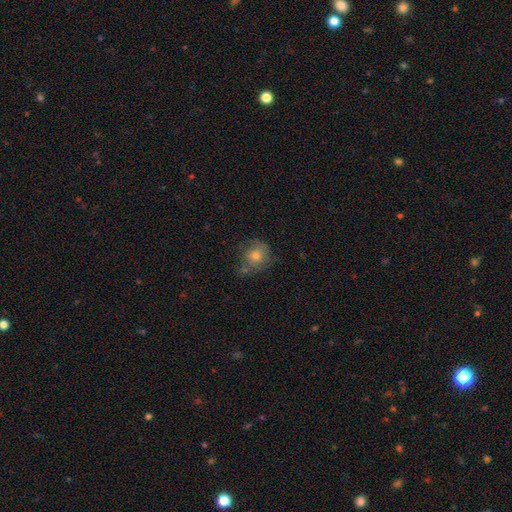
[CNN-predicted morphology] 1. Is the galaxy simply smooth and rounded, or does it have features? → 60% smooth, 27% featured or disk, 13% star or artifact.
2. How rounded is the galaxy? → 80% round, 18% in between, 1% cigar-shaped.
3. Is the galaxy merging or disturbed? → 59% none, 23% minor disturbance, 9% major disturbance, 9% merger.